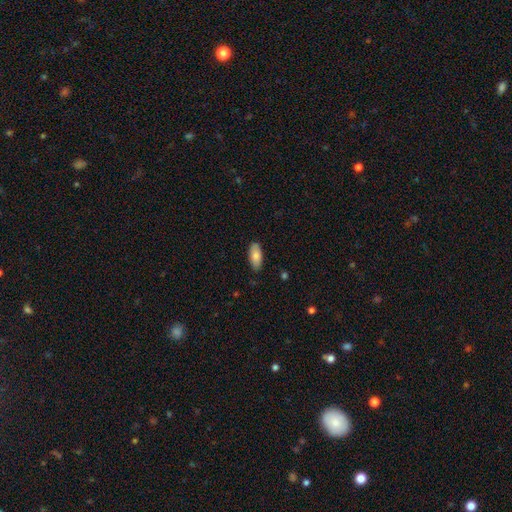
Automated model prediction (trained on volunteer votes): smooth_or_featured: smooth (p=0.83) [alt: featured or disk p=0.11]
how_rounded: in between (p=0.85) [alt: cigar-shaped p=0.13]
merging: none (p=0.86) [alt: minor disturbance p=0.11]